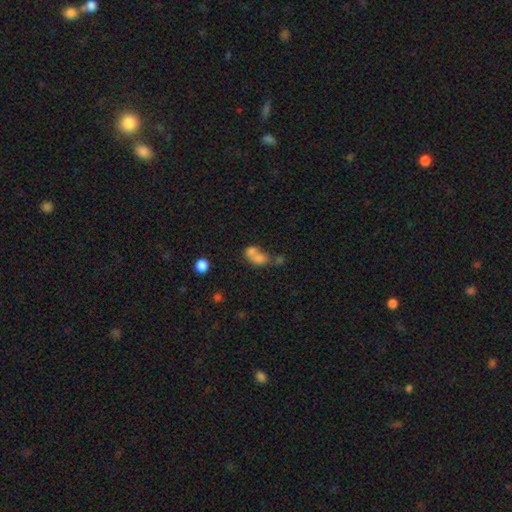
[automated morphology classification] This appears to be a smooth galaxy with no disk features (70%) that is in between round and cigar-shaped (68%). Merging: merger (66%).